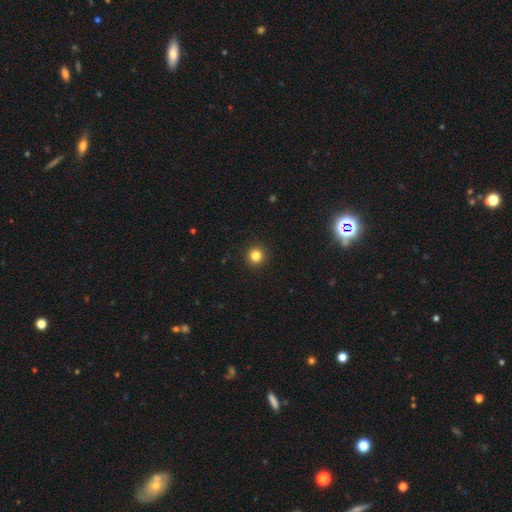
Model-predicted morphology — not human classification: smooth-or-featured: smooth: 83% | star or artifact: 13% | featured or disk: 5%
  how-rounded: round: 95% | in between: 5% | cigar-shaped: 1%
  merging: none: 93% | minor disturbance: 5% | major disturbance: 2% | merger: 1%